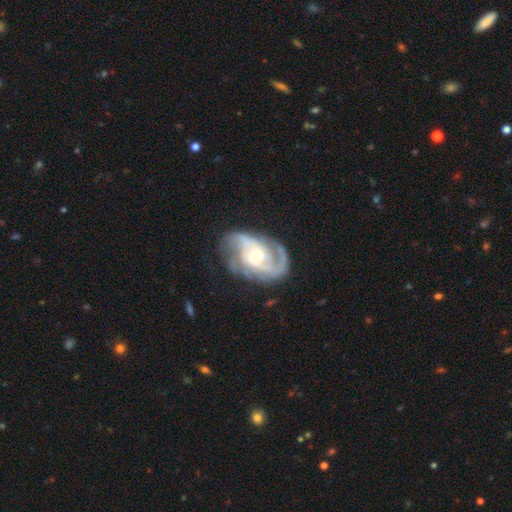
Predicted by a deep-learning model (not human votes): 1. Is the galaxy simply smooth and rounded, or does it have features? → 90% featured or disk, 6% smooth, 4% star or artifact.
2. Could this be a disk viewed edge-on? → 98% no, 2% yes.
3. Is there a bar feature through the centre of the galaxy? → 48% no, 41% weak, 11% strong.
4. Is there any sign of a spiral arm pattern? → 97% yes, 3% no.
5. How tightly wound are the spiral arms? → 48% medium, 39% tight, 13% loose.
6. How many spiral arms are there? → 56% 2, 21% 3, 11% can't tell, 4% 1, 4% 4, 3% more than 4.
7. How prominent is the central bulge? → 52% small, 41% moderate, 4% large, 2% none, 1% dominant.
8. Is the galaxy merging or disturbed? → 68% none, 19% minor disturbance, 11% major disturbance, 2% merger.